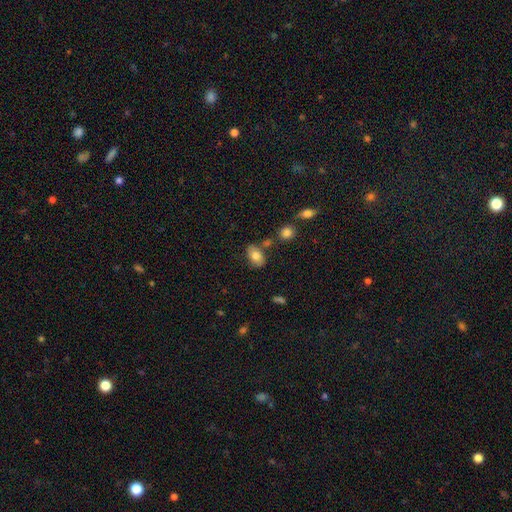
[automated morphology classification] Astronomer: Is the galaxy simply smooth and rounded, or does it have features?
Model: smooth — 78%.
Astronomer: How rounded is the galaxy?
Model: in between — 88%.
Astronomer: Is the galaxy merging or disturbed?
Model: none — 69%.